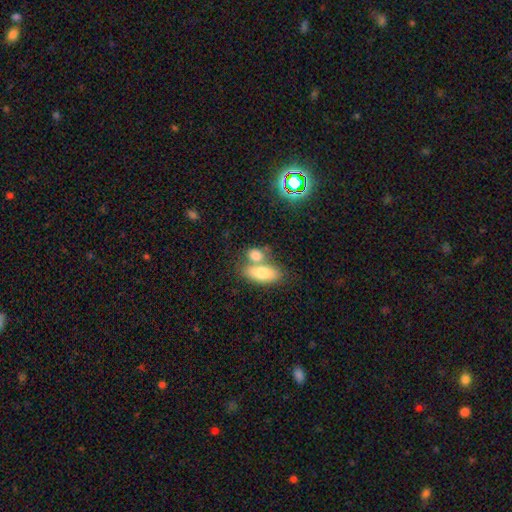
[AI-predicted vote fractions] The model was most divided on "merging": merger: 46%, none: 41%, minor disturbance: 10%, major disturbance: 4%. More confident: smooth or featured — smooth (78%); how rounded — in between (73%).